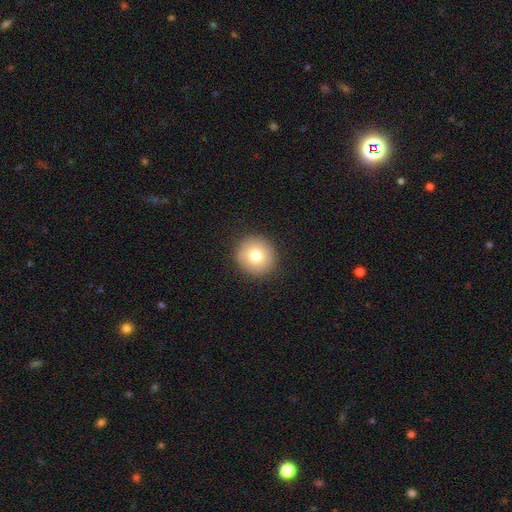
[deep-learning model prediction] Q: Smooth or featured?
A: smooth (78%); runner-up: featured or disk (13%)
Q: How rounded?
A: round (93%); runner-up: in between (6%)
Q: Merging?
A: none (92%); runner-up: minor disturbance (5%)